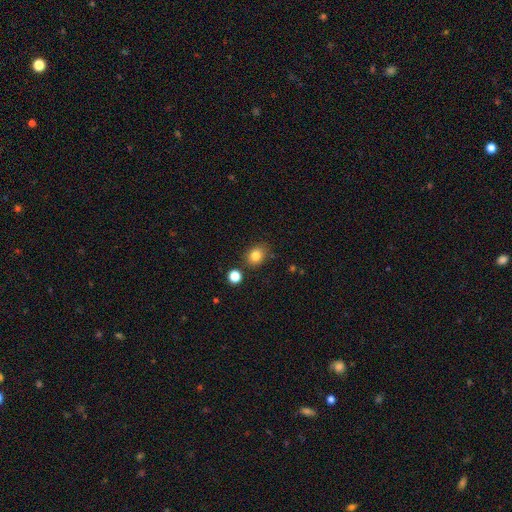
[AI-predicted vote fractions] This is clearly a smooth galaxy (83%). How rounded: possibly round (57%). Merging: clearly none (80%).